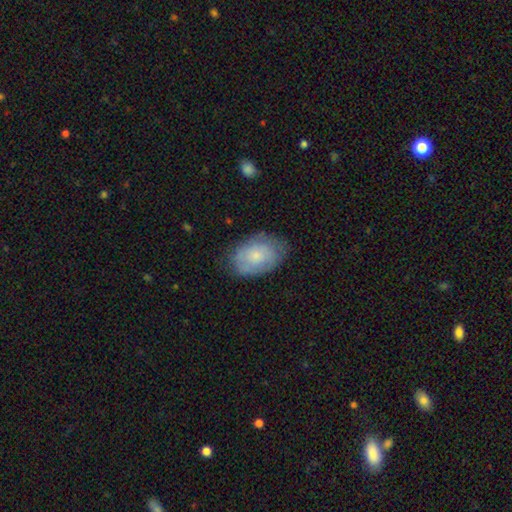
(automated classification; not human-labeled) A smooth galaxy with no disk features (61%) that is in between round and cigar-shaped (86%). Merging: none (70%).